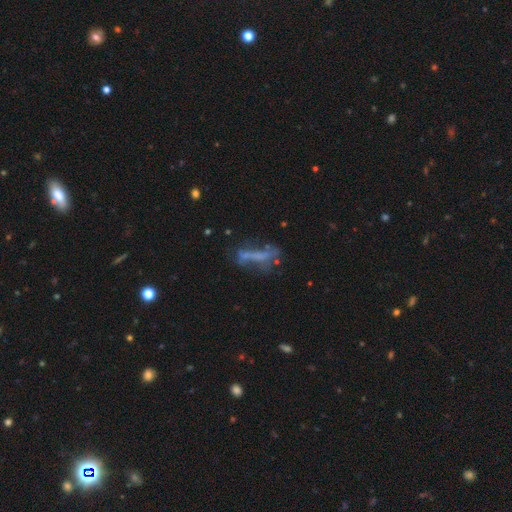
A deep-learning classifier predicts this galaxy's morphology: featured or disk 48%, smooth 36%, star or artifact 16%. Down the decision tree: merging — none (46%).